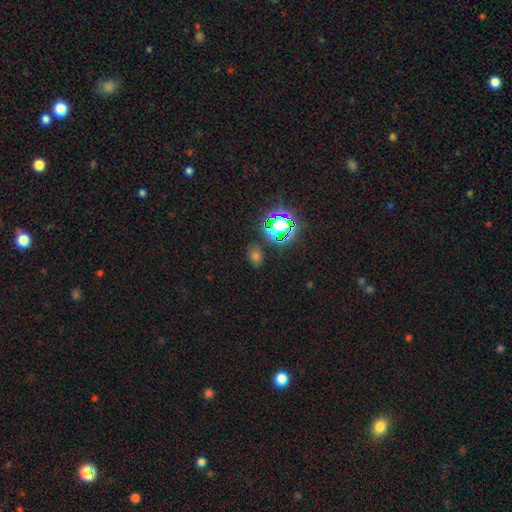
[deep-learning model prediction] Smooth or featured? smooth (54%)
How rounded? in between (60%)
Merging? none (80%)